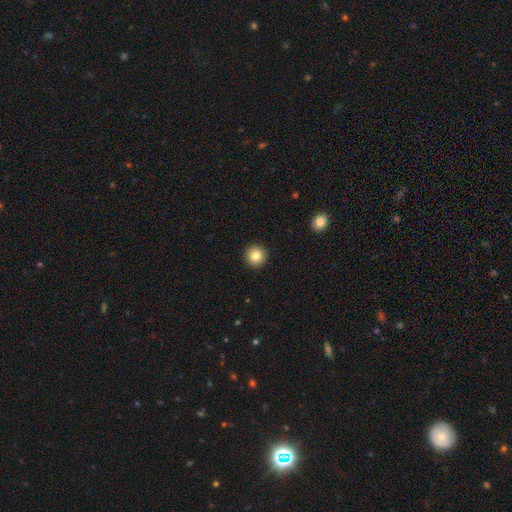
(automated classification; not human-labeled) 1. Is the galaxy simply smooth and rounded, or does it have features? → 83% smooth, 10% star or artifact, 7% featured or disk.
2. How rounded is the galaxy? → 96% round, 3% in between, 1% cigar-shaped.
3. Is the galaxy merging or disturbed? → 93% none, 4% minor disturbance, 1% major disturbance, 1% merger.